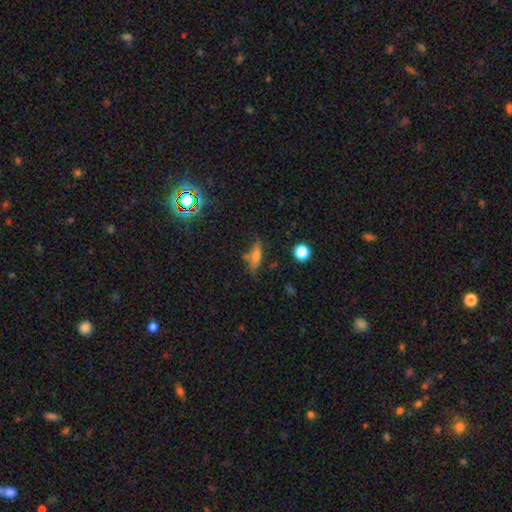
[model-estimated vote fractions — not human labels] This is possibly a smooth galaxy (60%). How rounded: possibly in between (51%). Merging: likely none (67%).